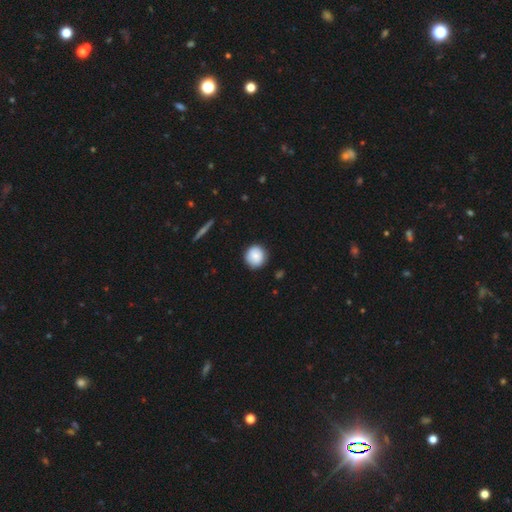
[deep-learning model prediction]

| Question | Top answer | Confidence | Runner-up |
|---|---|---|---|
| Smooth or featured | smooth | 85% | star or artifact (8%) |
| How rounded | round | 93% | in between (6%) |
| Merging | none | 88% | minor disturbance (9%) |